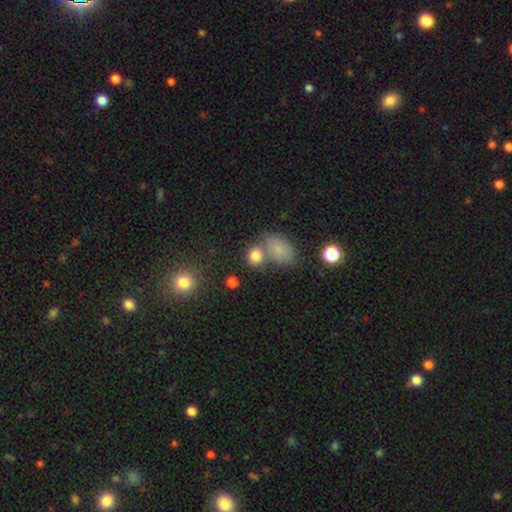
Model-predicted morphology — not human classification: The model was most divided on "how rounded": round: 62%, in between: 36%, cigar-shaped: 1%. More confident: smooth or featured — smooth (80%); merging — none (57%).